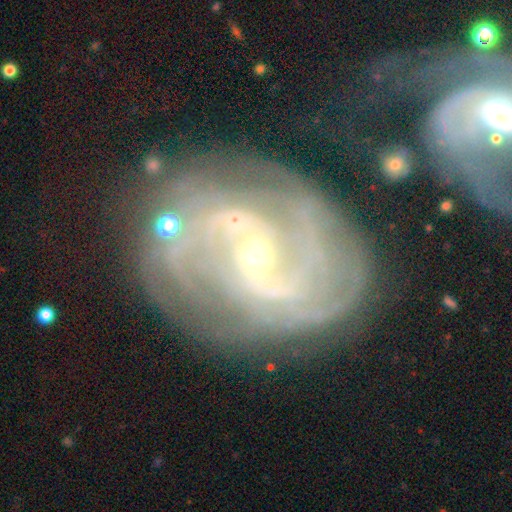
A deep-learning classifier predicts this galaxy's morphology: This appears to be a featured or disk galaxy (90%) with a weak bar (44%), 2 (44%) tight (45%) spiral arms (97%) and a small central bulge (71%). Merging: none (37%).